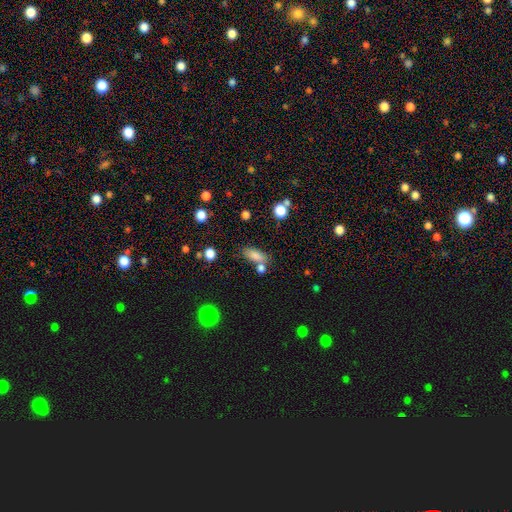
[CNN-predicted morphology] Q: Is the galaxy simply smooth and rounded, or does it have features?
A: smooth — 81%.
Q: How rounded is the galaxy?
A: in between — 79%.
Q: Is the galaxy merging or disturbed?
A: none — 60%.